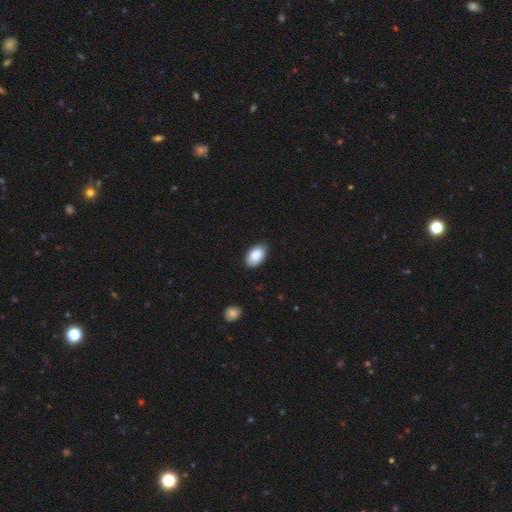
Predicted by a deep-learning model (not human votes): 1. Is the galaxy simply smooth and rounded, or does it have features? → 88% smooth, 6% star or artifact, 5% featured or disk.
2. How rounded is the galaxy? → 93% in between, 6% round, 1% cigar-shaped.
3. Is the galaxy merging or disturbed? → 85% none, 12% minor disturbance, 2% major disturbance, 1% merger.